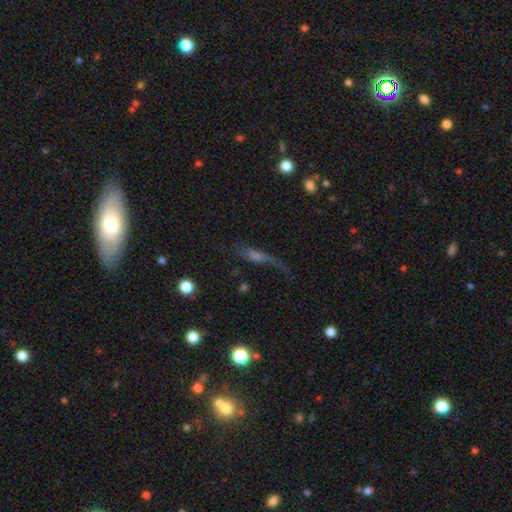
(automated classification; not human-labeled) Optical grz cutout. It shows a featured or disk galaxy (47%). Merging: none (42%).